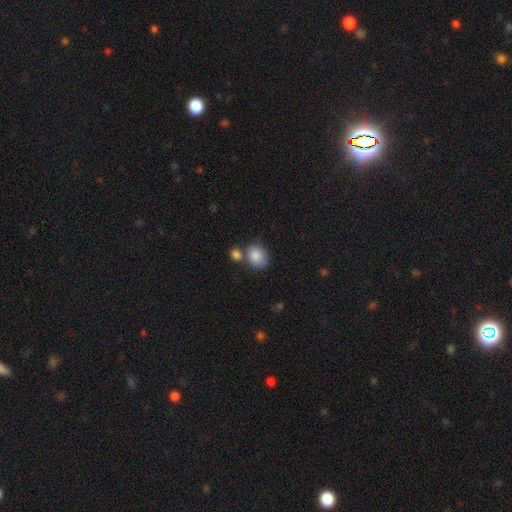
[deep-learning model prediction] The model was most divided on "how rounded": in between: 51%, round: 48%, cigar-shaped: 1%. More confident: smooth or featured — smooth (85%); merging — none (51%).